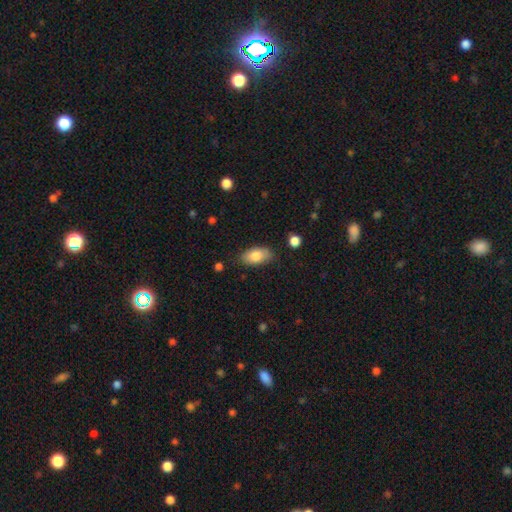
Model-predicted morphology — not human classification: Smooth or featured? smooth (82%)
How rounded? in between (92%)
Merging? none (80%)